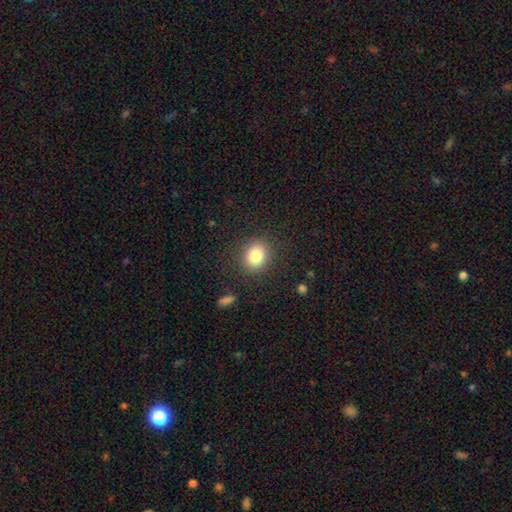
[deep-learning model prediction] Smooth or featured: smooth — 83% (star or artifact — 10%)
How rounded: round — 71% (in between — 28%)
Merging: none — 87% (minor disturbance — 8%)